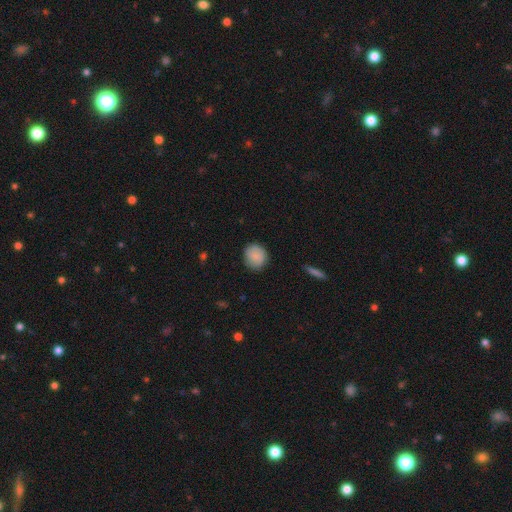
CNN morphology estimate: A smooth galaxy with no disk features (86%) that is round (84%). Merging: none (84%).